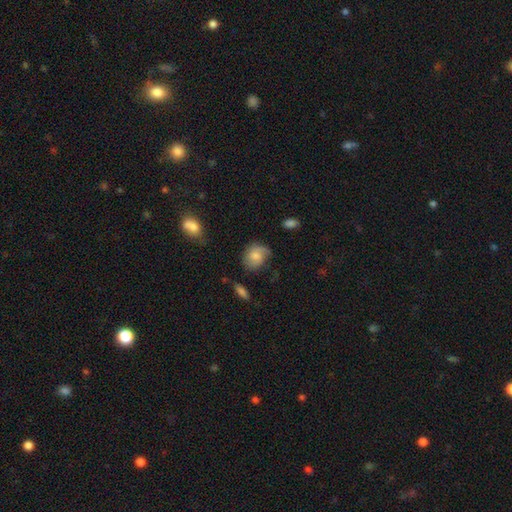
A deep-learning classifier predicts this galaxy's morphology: smooth-or-featured: smooth: 60% | featured or disk: 31% | star or artifact: 8%
  how-rounded: round: 52% | in between: 46% | cigar-shaped: 1%
  merging: none: 54% | minor disturbance: 30% | major disturbance: 13% | merger: 2%